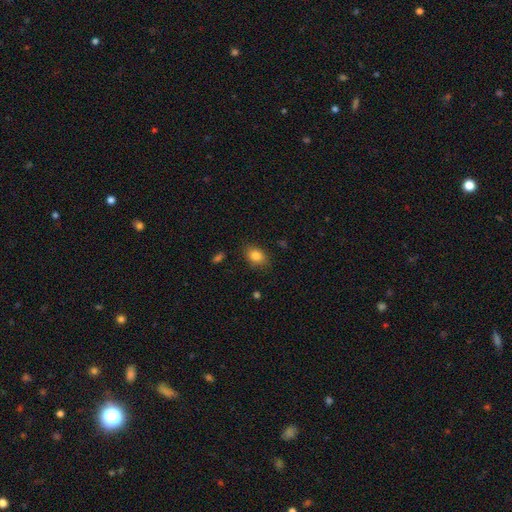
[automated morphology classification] Smooth or featured? Predicted: smooth (p=0.84). How rounded? Predicted: in between (p=0.74). Merging? Predicted: none (p=0.82).